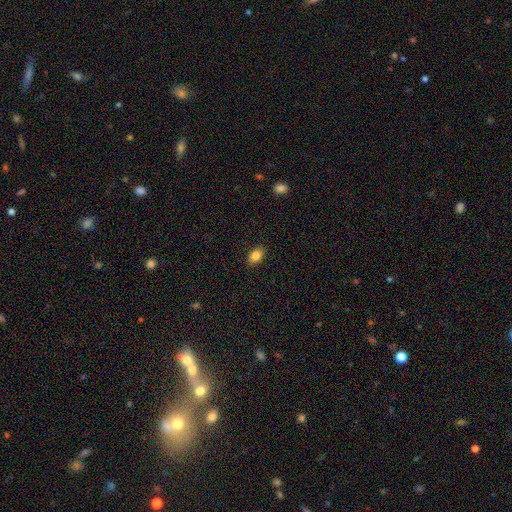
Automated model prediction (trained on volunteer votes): A smooth galaxy with no disk features (85%) that is in between round and cigar-shaped (81%).

Vote fractions:
- Smooth or featured? smooth: 85% / star or artifact: 9% / featured or disk: 6%
- How rounded? in between: 81% / round: 18% / cigar-shaped: 1%
- Merging? none: 89% / minor disturbance: 8% / major disturbance: 2% / merger: 1%